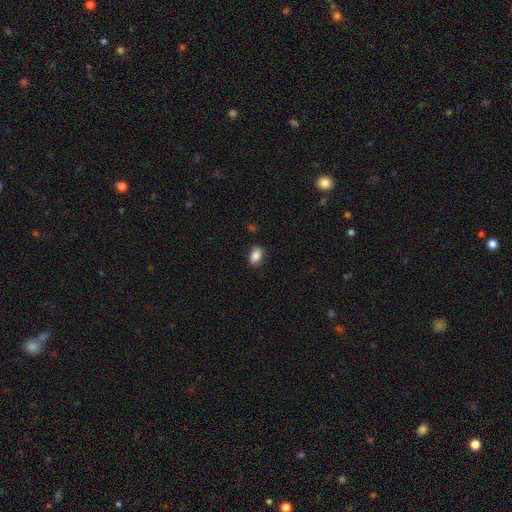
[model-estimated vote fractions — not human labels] smooth 85%, star or artifact 8%, featured or disk 7%. Down the decision tree: how rounded — in between (86%); merging — none (79%).